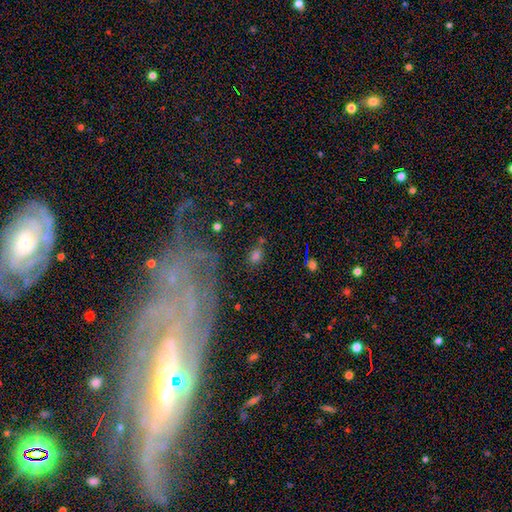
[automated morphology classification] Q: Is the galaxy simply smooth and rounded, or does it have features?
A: smooth — 68%.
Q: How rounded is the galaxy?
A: in between — 78%.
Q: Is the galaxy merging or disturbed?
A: none — 71%.